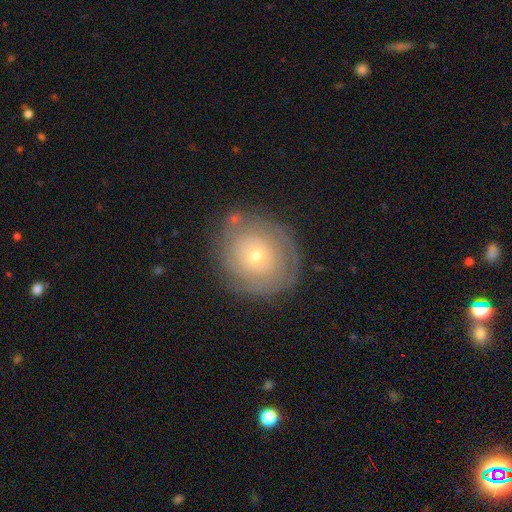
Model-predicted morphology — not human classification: smooth_or_featured: featured or disk (p=0.57) [alt: smooth p=0.34]
disk_edge_on: no (p=0.96) [alt: yes p=0.04]
bar: no (p=0.88) [alt: weak p=0.10]
has_spiral_arms: yes (p=0.64) [alt: no p=0.36]
bulge_size: small (p=0.69) [alt: moderate p=0.27]
merging: none (p=0.79) [alt: minor disturbance p=0.14]